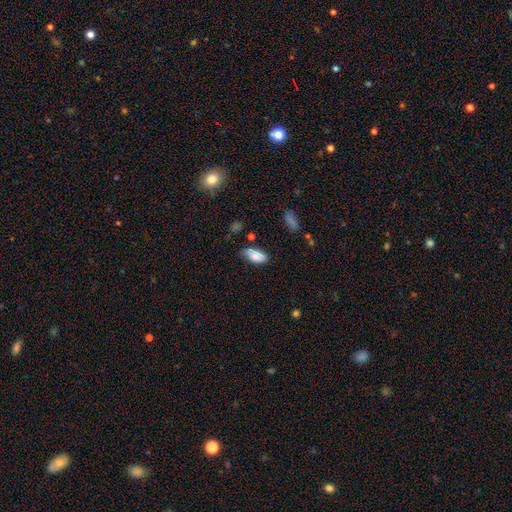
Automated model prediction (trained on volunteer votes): Q: Smooth or featured?
A: smooth (82%); runner-up: featured or disk (11%)
Q: How rounded?
A: in between (91%); runner-up: cigar-shaped (7%)
Q: Merging?
A: none (58%); runner-up: minor disturbance (32%)